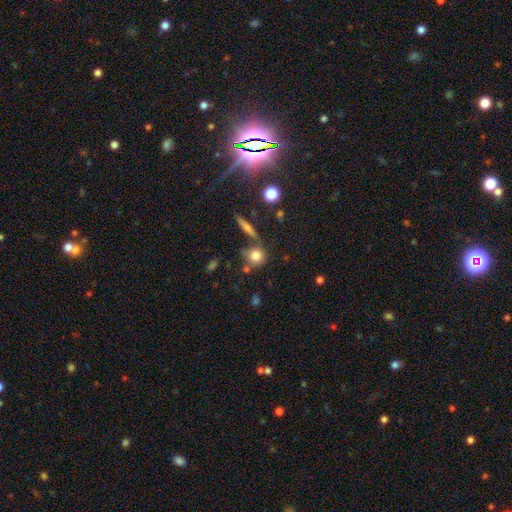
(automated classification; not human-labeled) Morphology: type=smooth (77%); roundness=round (85%); merging=none (67%).